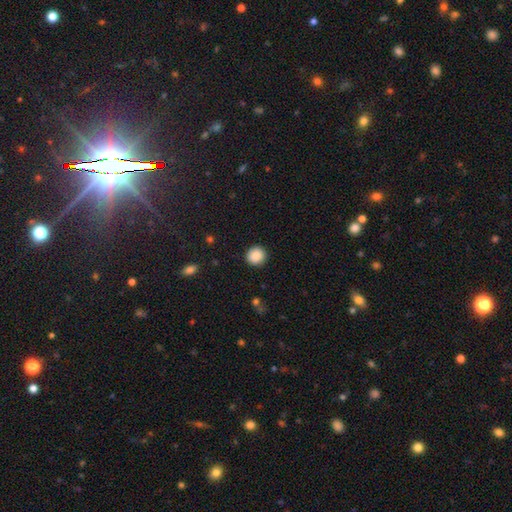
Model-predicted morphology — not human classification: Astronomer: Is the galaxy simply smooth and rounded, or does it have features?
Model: smooth — 88%.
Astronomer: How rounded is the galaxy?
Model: round — 92%.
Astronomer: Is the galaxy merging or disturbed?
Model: none — 91%.